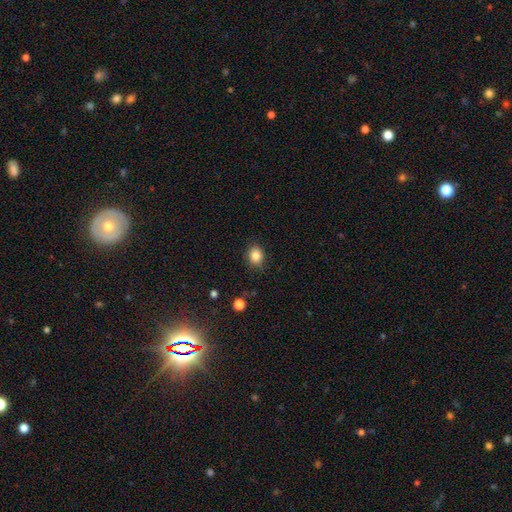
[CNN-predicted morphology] A smooth galaxy with no disk features (84%) that is round (62%).

Vote fractions:
- Smooth or featured? smooth: 84% / star or artifact: 10% / featured or disk: 5%
- How rounded? round: 62% / in between: 37% / cigar-shaped: 1%
- Merging? none: 83% / minor disturbance: 13% / major disturbance: 3% / merger: 1%